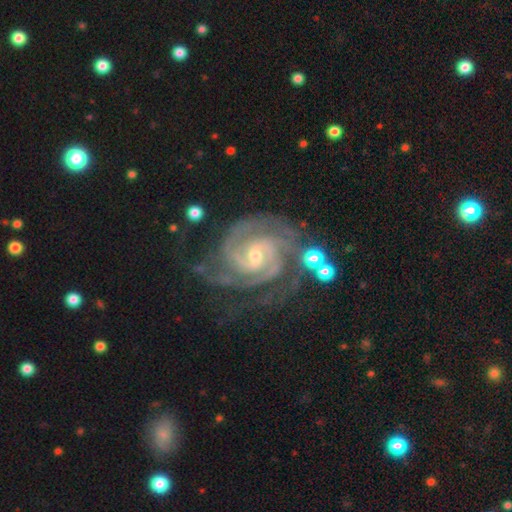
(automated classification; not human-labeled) Smooth or featured? featured or disk (93%)
Edge-on disk? no (98%)
Bar? weak (45%)
Spiral arms? yes (99%)
Spiral winding? tight (69%)
Spiral arm count? 2 (35%)
Bulge size? small (65%)
Merging? none (62%)